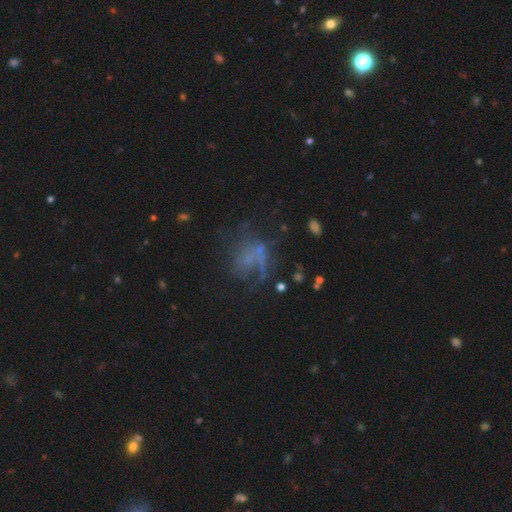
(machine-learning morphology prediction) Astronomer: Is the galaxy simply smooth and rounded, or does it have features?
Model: featured or disk — 48% (runner-up: smooth, 30%).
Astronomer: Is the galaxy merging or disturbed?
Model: none — 39% (runner-up: major disturbance, 37%).